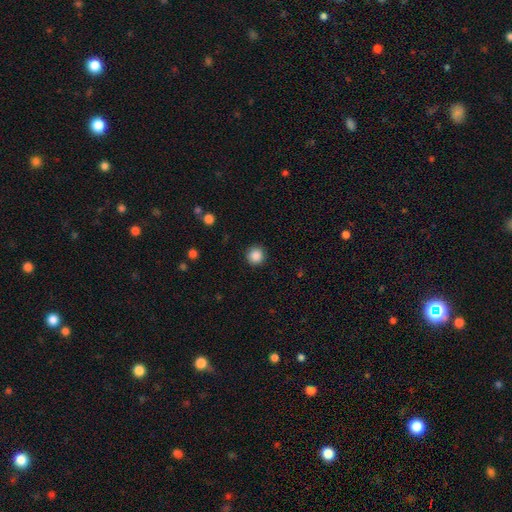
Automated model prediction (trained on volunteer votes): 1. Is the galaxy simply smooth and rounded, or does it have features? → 87% smooth, 10% star or artifact, 3% featured or disk.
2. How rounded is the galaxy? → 94% round, 5% in between, 1% cigar-shaped.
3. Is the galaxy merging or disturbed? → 91% none, 6% minor disturbance, 2% major disturbance, 1% merger.